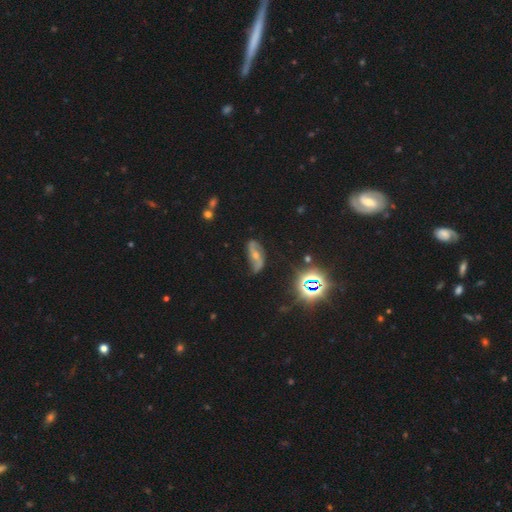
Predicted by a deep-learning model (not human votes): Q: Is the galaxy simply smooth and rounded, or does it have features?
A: featured or disk — 68%.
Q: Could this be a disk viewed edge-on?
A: no — 92%.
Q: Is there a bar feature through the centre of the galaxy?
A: no — 46%.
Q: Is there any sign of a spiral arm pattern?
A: yes — 88%.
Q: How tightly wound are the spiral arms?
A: loose — 70%.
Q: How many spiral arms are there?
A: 2 — 88%.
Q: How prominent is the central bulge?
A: small — 49%.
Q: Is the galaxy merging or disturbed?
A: none — 63%.